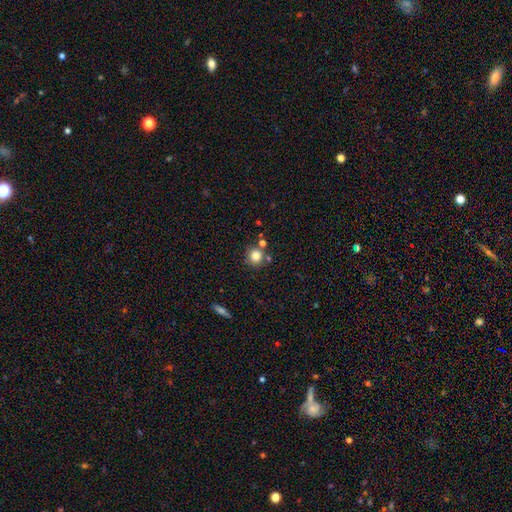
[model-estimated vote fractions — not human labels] smooth-or-featured: smooth: 80% | star or artifact: 12% | featured or disk: 8%
  how-rounded: round: 91% | in between: 8% | cigar-shaped: 1%
  merging: none: 73% | merger: 14% | minor disturbance: 10% | major disturbance: 3%